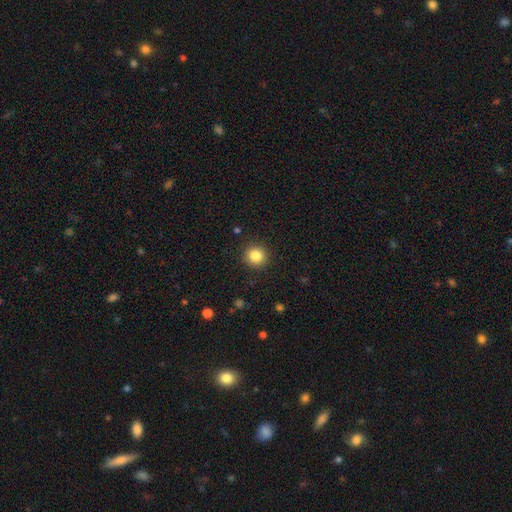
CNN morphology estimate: Overall: smooth (85%). How rounded: round (93%). Merging: none (91%).